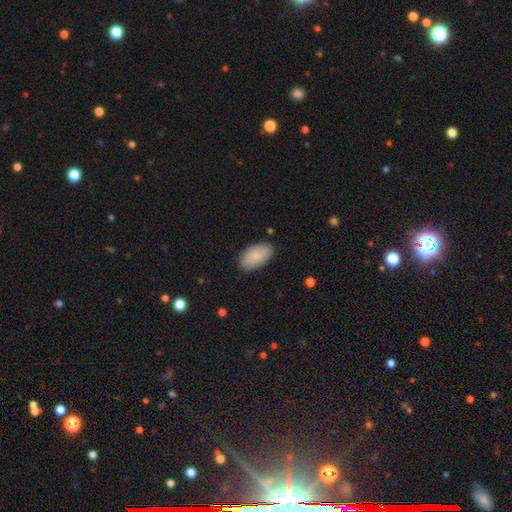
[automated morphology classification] smooth-or-featured: smooth: 85% | featured or disk: 9% | star or artifact: 6%
  how-rounded: in between: 95% | round: 3% | cigar-shaped: 2%
  merging: none: 86% | minor disturbance: 11% | major disturbance: 2% | merger: 1%